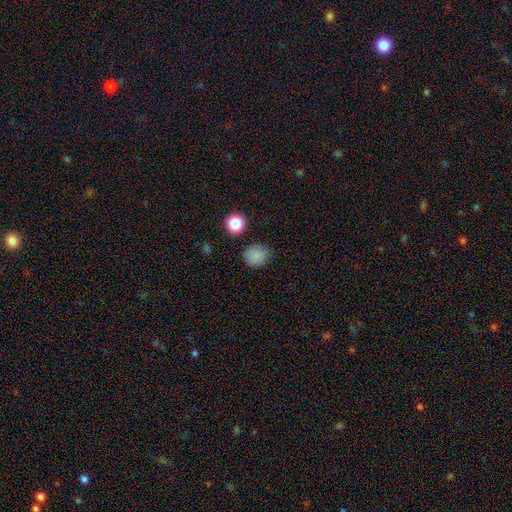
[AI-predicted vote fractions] smooth 82%, star or artifact 13%, featured or disk 5%. Down the decision tree: how rounded — round (82%); merging — none (80%).